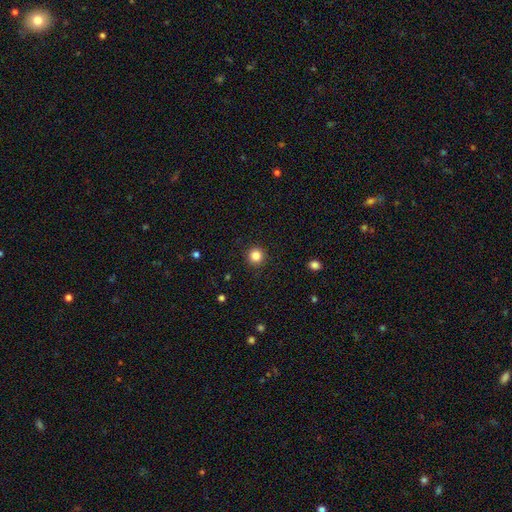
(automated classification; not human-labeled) Smooth or featured? Predicted: smooth (p=0.84). How rounded? Predicted: round (p=0.95). Merging? Predicted: none (p=0.92).